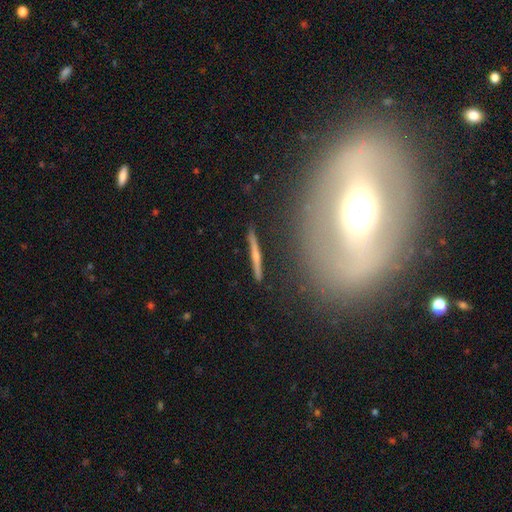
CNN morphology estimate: type=featured or disk (53%); edge-on=yes (92%); merging=none (87%).